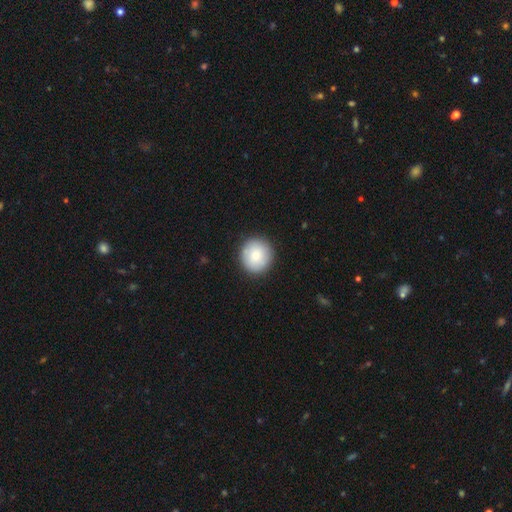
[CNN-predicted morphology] Smooth or featured?
  - smooth: 80% *
  - featured or disk: 12%
  - star or artifact: 7%
How rounded?
  - round: 94% *
  - in between: 5%
  - cigar-shaped: 1%
Merging?
  - none: 90% *
  - minor disturbance: 7%
  - major disturbance: 2%
  - merger: 1%